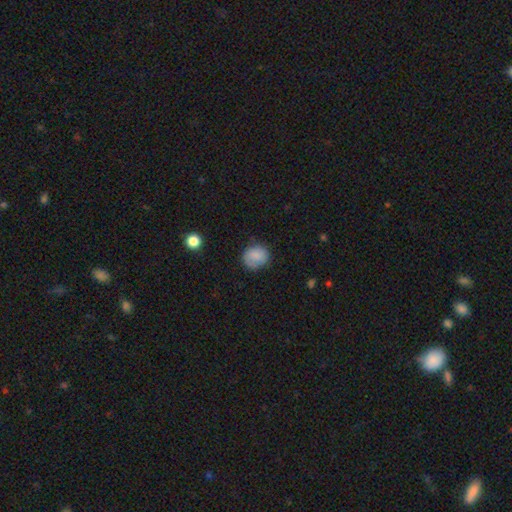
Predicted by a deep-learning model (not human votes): Overall: smooth (82%). How rounded: round (75%). Merging: none (70%).